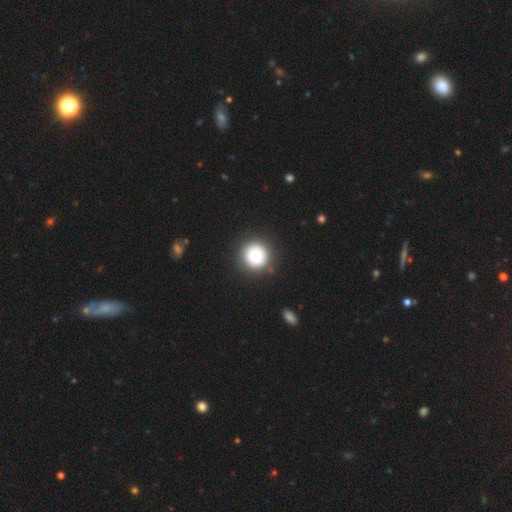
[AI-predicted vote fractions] This appears to be a smooth galaxy with no disk features (81%) that is round (95%). Merging: none (86%).